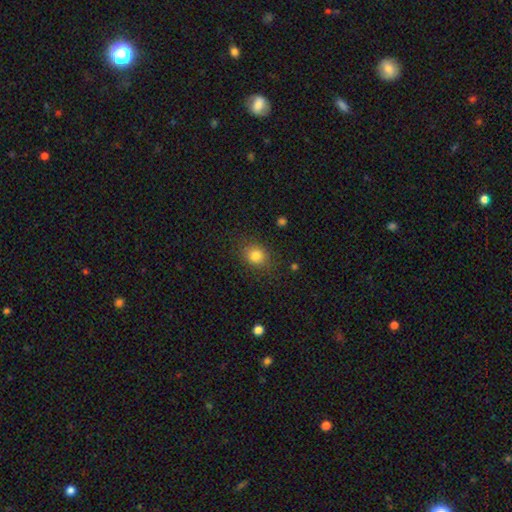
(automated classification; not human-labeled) This appears to be a smooth galaxy with no disk features (82%) that is round (68%). Merging: none (84%).